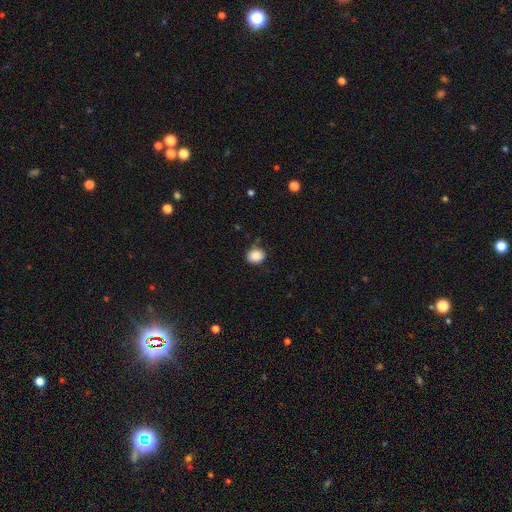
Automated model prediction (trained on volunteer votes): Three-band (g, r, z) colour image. It shows a smooth galaxy with no disk features (88%) that is round (71%). Merging: none (77%).